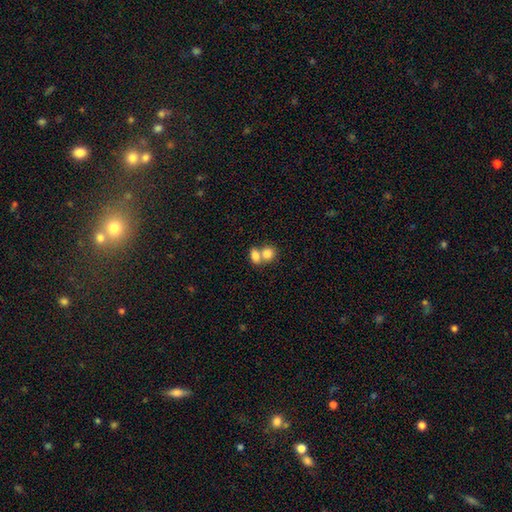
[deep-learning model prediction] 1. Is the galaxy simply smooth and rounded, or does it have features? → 81% smooth, 11% featured or disk, 8% star or artifact.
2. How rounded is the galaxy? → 63% in between, 35% round, 2% cigar-shaped.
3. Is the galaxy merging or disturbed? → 63% merger, 28% none, 6% minor disturbance, 3% major disturbance.